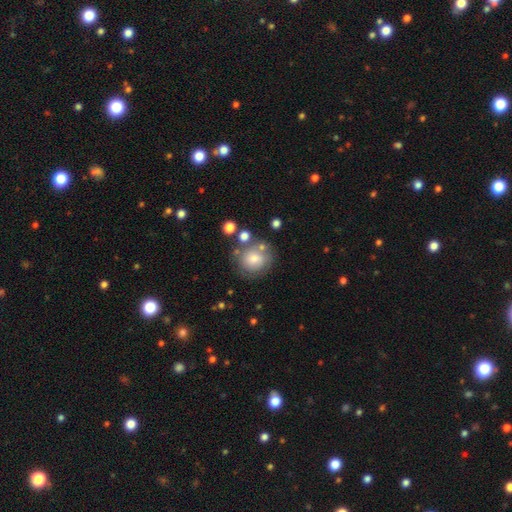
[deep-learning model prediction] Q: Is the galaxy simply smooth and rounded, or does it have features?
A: smooth — 58%.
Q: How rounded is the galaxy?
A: round — 87%.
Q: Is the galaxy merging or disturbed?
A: none — 67%.